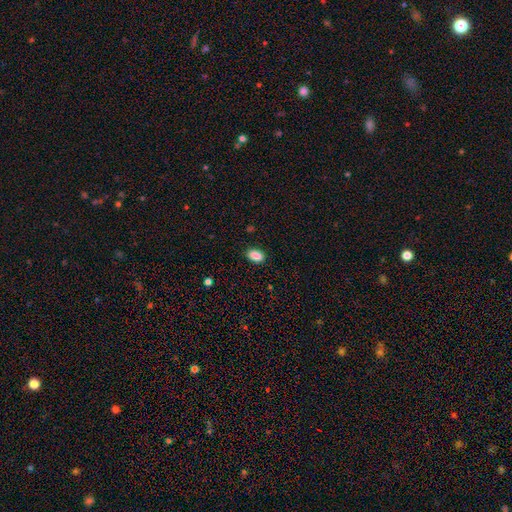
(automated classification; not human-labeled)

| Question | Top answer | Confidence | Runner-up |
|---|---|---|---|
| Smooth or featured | smooth | 89% | star or artifact (8%) |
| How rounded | in between | 90% | round (8%) |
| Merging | none | 88% | minor disturbance (8%) |